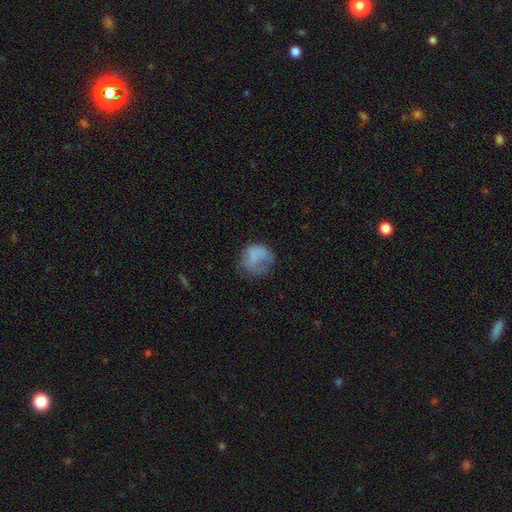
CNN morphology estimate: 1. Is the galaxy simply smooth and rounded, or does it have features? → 66% smooth, 23% featured or disk, 11% star or artifact.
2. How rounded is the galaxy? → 69% round, 30% in between, 1% cigar-shaped.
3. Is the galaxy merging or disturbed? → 39% none, 32% major disturbance, 26% minor disturbance, 3% merger.